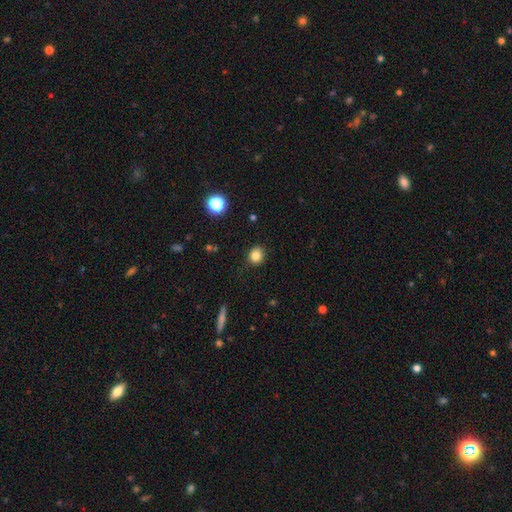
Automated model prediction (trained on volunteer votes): A smooth galaxy with no disk features (82%) that is round (79%). Merging: none (85%).